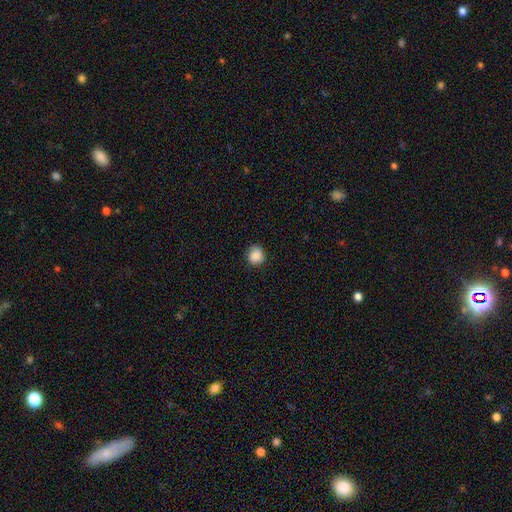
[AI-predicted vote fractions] Morphology: type=smooth (87%); roundness=round (80%); merging=none (80%).